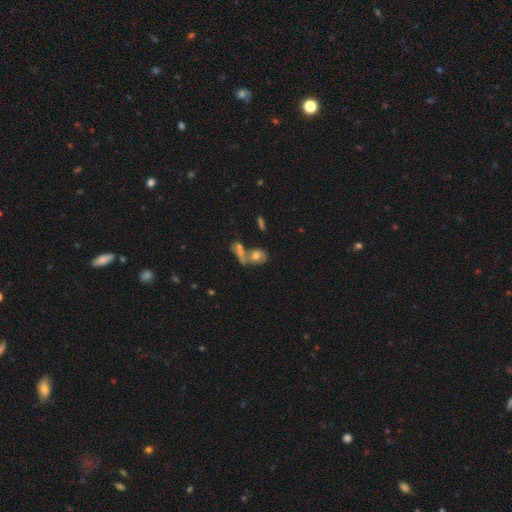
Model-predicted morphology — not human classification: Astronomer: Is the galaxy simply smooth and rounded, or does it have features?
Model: featured or disk — 44% (runner-up: smooth, 41%).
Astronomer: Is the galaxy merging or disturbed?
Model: merger — 51% (runner-up: none, 29%).